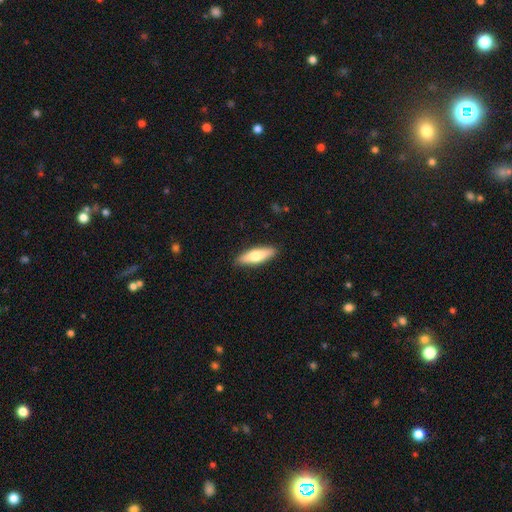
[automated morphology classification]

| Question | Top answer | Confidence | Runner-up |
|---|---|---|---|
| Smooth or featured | smooth | 67% | featured or disk (27%) |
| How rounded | cigar-shaped | 53% | in between (45%) |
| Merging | none | 89% | minor disturbance (8%) |